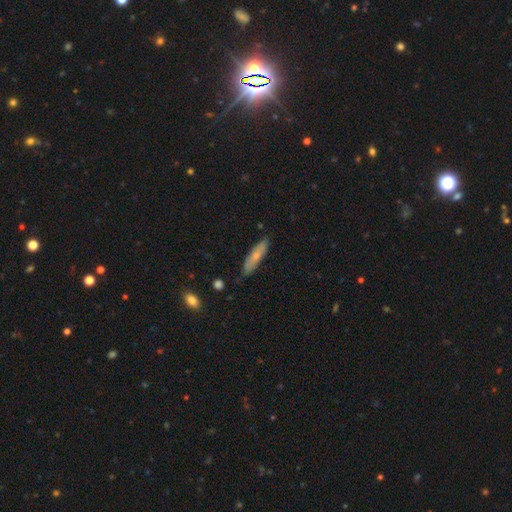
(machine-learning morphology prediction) Q: Smooth or featured?
A: smooth (66%); runner-up: featured or disk (28%)
Q: How rounded?
A: cigar-shaped (77%); runner-up: in between (21%)
Q: Merging?
A: none (80%); runner-up: minor disturbance (16%)